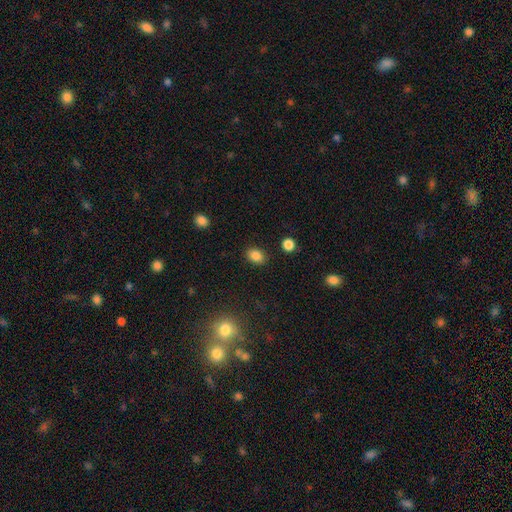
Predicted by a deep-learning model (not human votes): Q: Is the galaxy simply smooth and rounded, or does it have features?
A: smooth — 85%.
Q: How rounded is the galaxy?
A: in between — 68%.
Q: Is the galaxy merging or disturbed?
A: none — 86%.